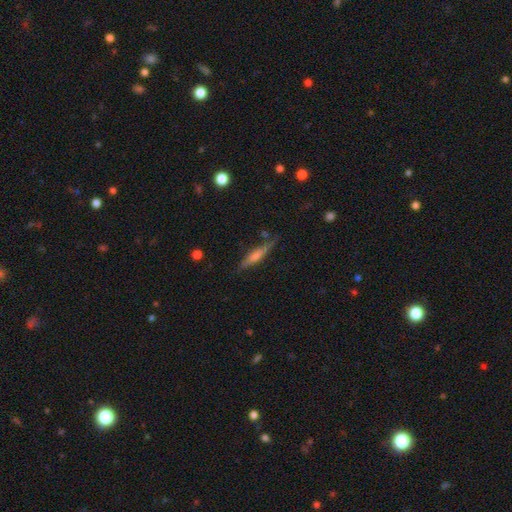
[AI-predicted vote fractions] Morphology: type=featured or disk (56%); edge-on=yes (95%); edge-on bulge=rounded (59%); merging=none (80%).